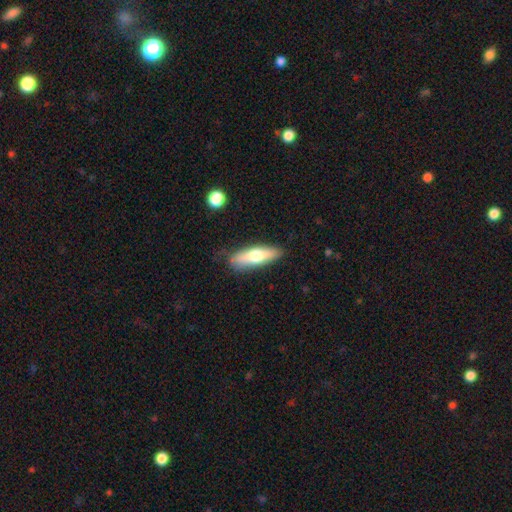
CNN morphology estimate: smooth_or_featured: smooth (p=0.62) [alt: featured or disk p=0.32]
how_rounded: cigar-shaped (p=0.52) [alt: in between p=0.46]
merging: none (p=0.82) [alt: minor disturbance p=0.14]